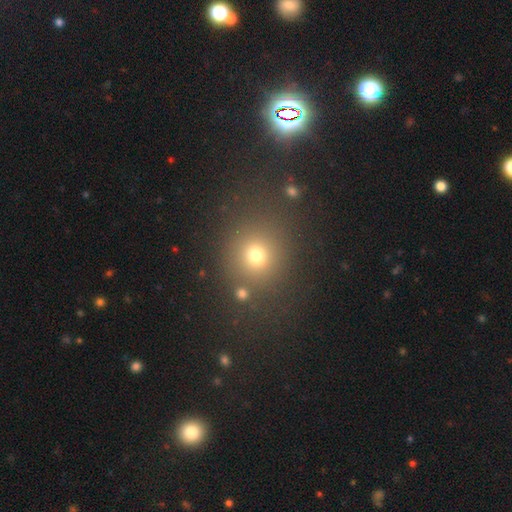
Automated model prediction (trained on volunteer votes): The model was most divided on "smooth or featured": smooth: 73%, star or artifact: 19%, featured or disk: 8%. More confident: how rounded — round (84%); merging — none (78%).